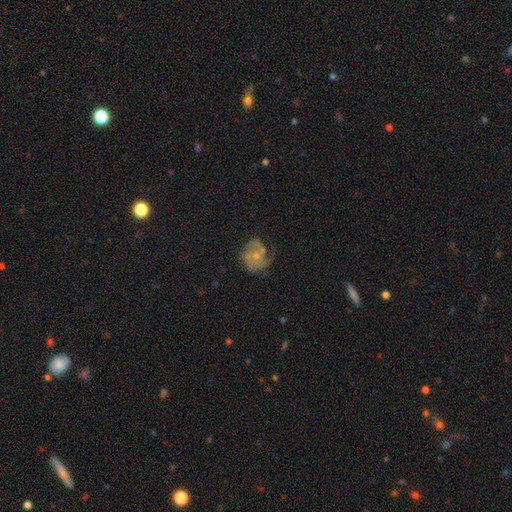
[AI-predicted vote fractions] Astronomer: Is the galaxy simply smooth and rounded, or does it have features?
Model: featured or disk — 72%.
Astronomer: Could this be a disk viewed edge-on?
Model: no — 98%.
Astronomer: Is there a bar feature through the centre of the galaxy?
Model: no — 74%.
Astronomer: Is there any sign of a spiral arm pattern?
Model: yes — 86%.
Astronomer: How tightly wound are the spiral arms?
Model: medium — 46% (runner-up: tight, 32%).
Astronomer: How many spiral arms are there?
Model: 2 — 36% (runner-up: 3, 25%).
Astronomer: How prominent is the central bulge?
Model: small — 61%.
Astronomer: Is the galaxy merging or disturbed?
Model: none — 51%.